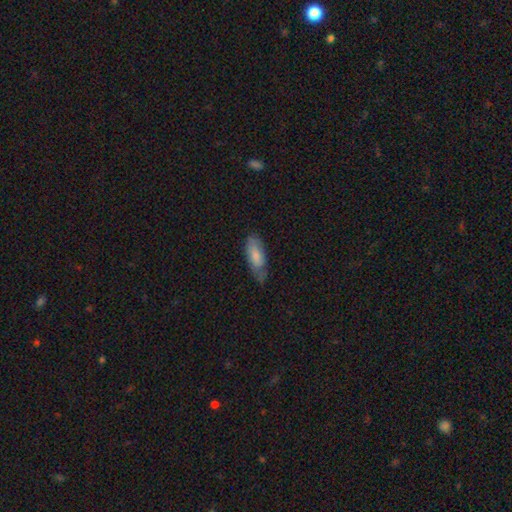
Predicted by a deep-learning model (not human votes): Smooth or featured? Predicted: smooth (p=0.74). How rounded? Predicted: in between (p=0.76). Merging? Predicted: none (p=0.53).